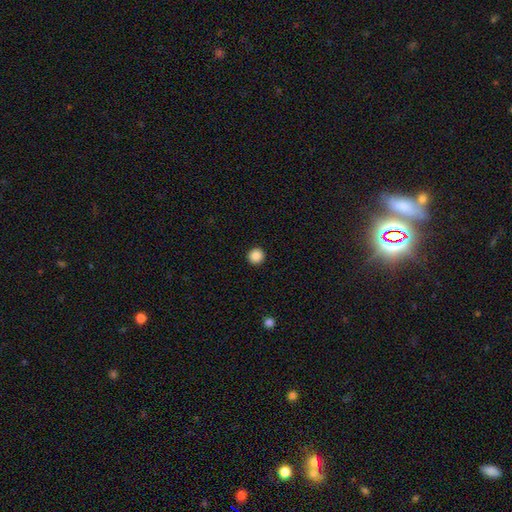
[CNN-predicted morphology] A smooth galaxy with no disk features (88%) that is round (95%). Merging: none (94%).